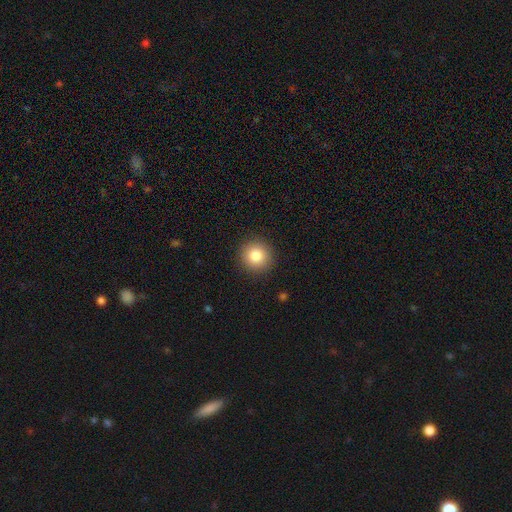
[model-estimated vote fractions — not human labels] Q: Smooth or featured?
A: smooth (84%); runner-up: star or artifact (9%)
Q: How rounded?
A: round (94%); runner-up: in between (5%)
Q: Merging?
A: none (91%); runner-up: minor disturbance (6%)